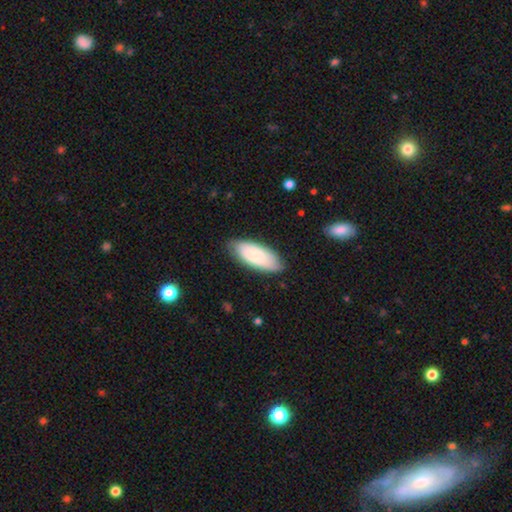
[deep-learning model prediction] This appears to be a smooth galaxy with no disk features (75%) that is in between round and cigar-shaped (83%). Merging: none (79%).